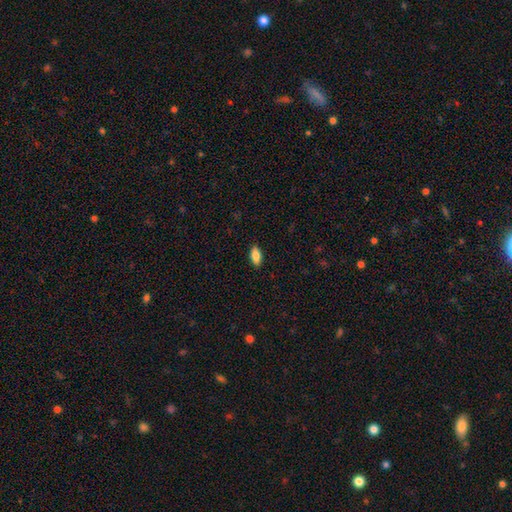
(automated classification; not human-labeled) Morphology: type=smooth (84%); roundness=in between (87%); merging=none (89%).